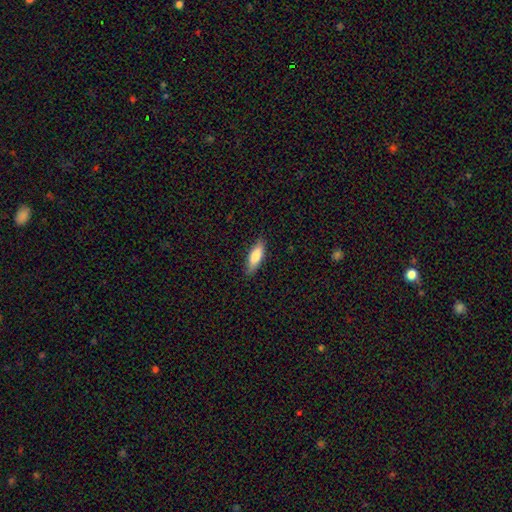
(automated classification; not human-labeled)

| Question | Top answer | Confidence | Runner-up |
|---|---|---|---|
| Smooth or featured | smooth | 80% | featured or disk (14%) |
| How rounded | in between | 59% | cigar-shaped (39%) |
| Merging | none | 85% | minor disturbance (11%) |